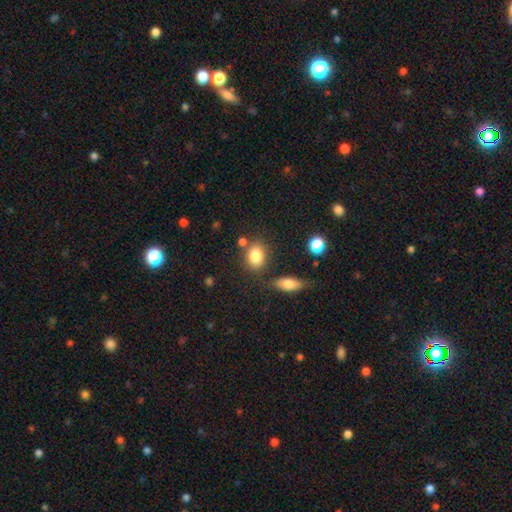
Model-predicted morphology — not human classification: Smooth or featured?
  - smooth: 83% *
  - star or artifact: 9%
  - featured or disk: 8%
How rounded?
  - in between: 63% *
  - round: 35%
  - cigar-shaped: 2%
Merging?
  - none: 71% *
  - minor disturbance: 13%
  - merger: 12%
  - major disturbance: 4%